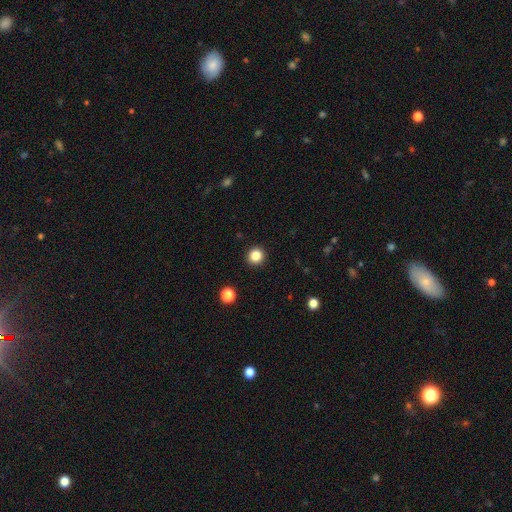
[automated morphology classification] A smooth galaxy with no disk features (85%) that is round (94%). Merging: none (93%).